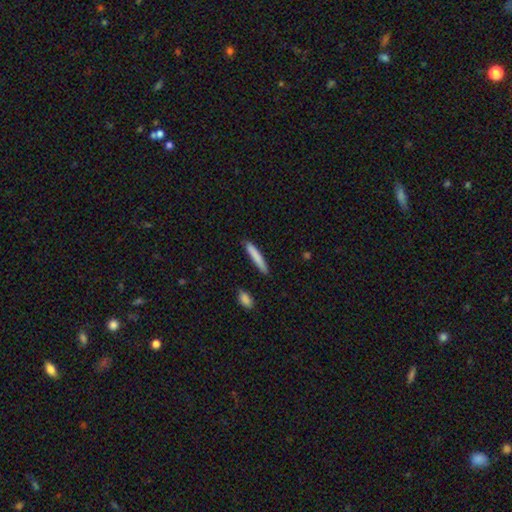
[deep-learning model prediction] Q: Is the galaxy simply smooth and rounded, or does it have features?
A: smooth — 81%.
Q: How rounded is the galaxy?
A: cigar-shaped — 93%.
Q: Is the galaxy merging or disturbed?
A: none — 88%.